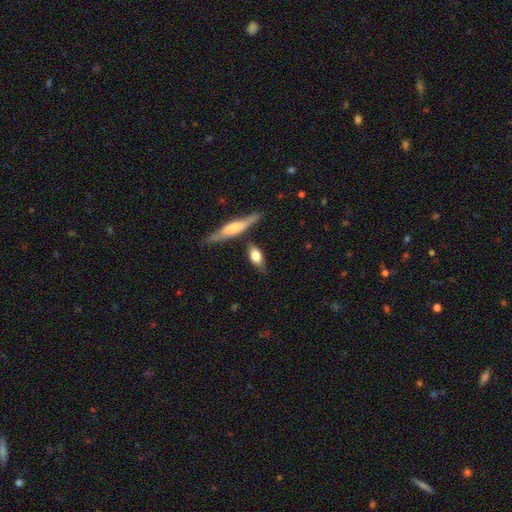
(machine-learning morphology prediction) The model was most divided on "smooth or featured": smooth: 58%, featured or disk: 36%, star or artifact: 6%. More confident: merging — none (66%); how rounded — in between (64%).